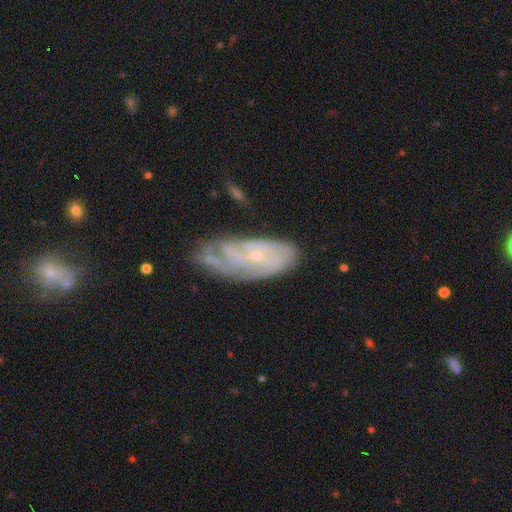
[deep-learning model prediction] Smooth or featured?
  - featured or disk: 73% *
  - smooth: 19%
  - star or artifact: 9%
Edge-on disk?
  - no: 91% *
  - yes: 9%
Bar?
  - no: 68% *
  - weak: 26%
  - strong: 6%
Spiral arms?
  - yes: 84% *
  - no: 16%
Spiral winding?
  - tight: 61% *
  - medium: 28%
  - loose: 10%
Spiral arm count?
  - can't tell: 52% *
  - 2: 16%
  - 3: 13%
  - 4: 8%
  - 1: 6%
  - more than 4: 5%
Bulge size?
  - small: 80% *
  - moderate: 14%
  - none: 4%
  - large: 1%
  - dominant: 1%
Merging?
  - none: 52% *
  - minor disturbance: 29%
  - major disturbance: 14%
  - merger: 5%